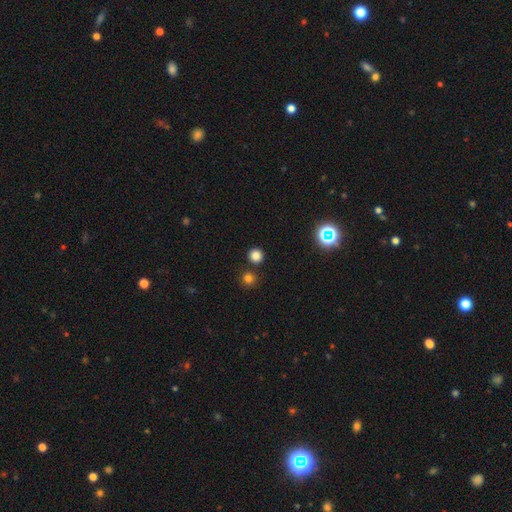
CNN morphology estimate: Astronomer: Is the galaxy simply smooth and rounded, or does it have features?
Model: smooth — 81%.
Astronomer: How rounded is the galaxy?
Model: round — 94%.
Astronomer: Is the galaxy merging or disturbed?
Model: none — 86%.